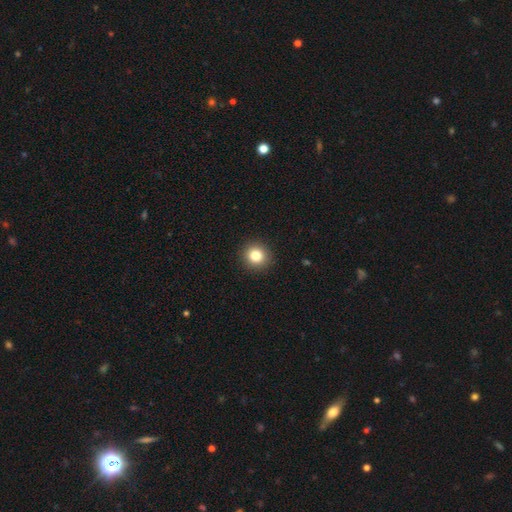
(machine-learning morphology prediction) Smooth or featured? Predicted: smooth (p=0.82). How rounded? Predicted: round (p=0.91). Merging? Predicted: none (p=0.92).